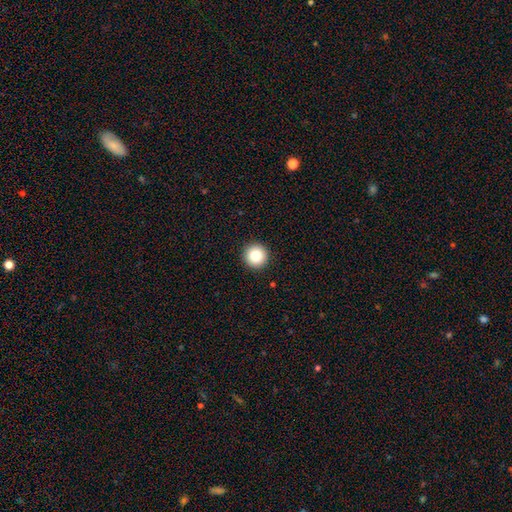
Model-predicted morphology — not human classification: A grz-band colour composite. It shows a smooth galaxy with no disk features (83%) that is round (97%). Merging: none (94%).